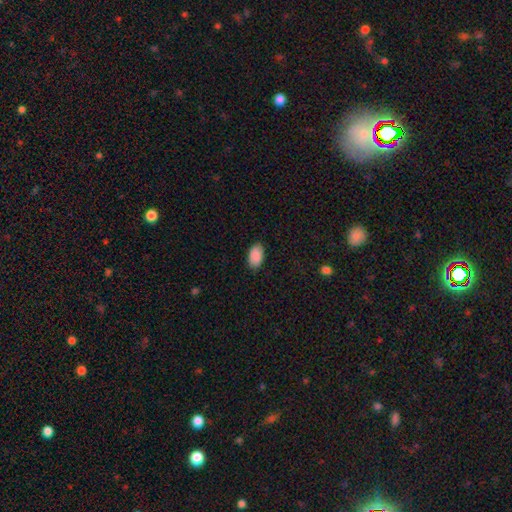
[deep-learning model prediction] smooth 90%, star or artifact 6%, featured or disk 3%. Down the decision tree: how rounded — in between (94%); merging — none (85%).